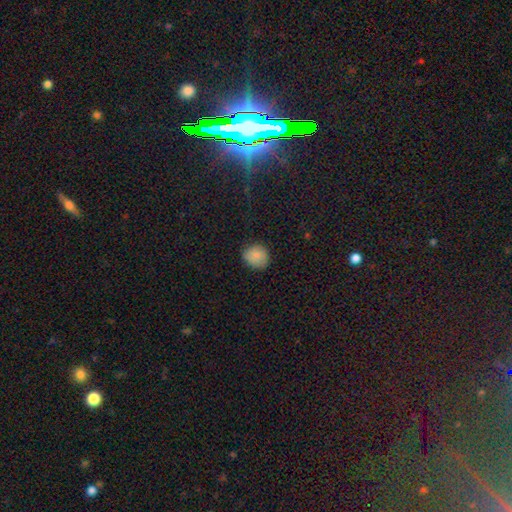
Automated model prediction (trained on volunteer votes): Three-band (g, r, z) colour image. It shows a smooth galaxy with no disk features (84%) that is round (83%). Merging: none (80%).